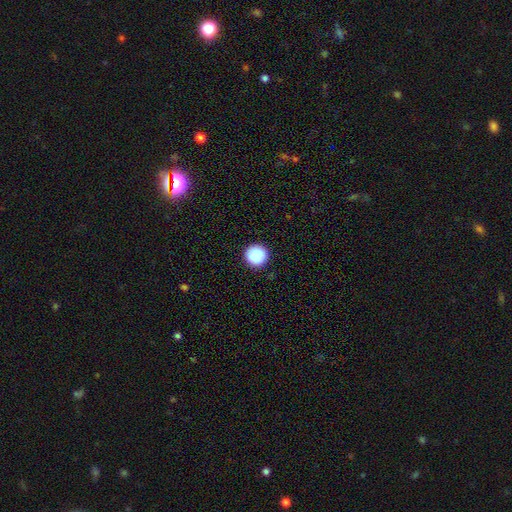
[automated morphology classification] smooth 81%, featured or disk 11%, star or artifact 8%. Down the decision tree: how rounded — round (93%); merging — none (83%).